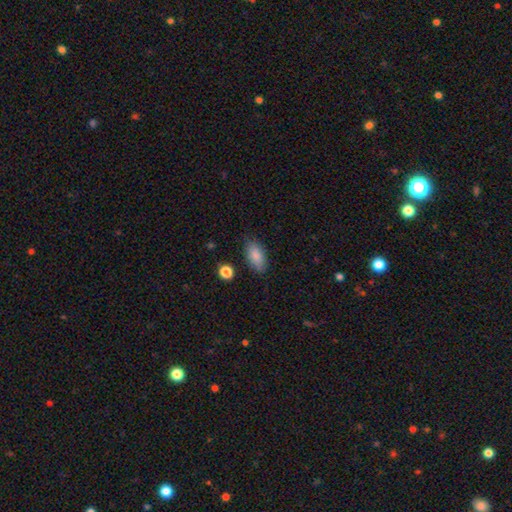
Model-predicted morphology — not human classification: Smooth or featured? smooth (87%)
How rounded? in between (89%)
Merging? none (84%)